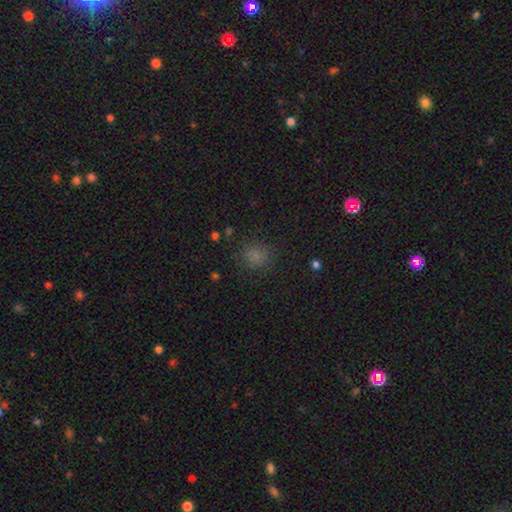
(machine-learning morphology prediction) Smooth or featured? smooth (76%)
How rounded? round (81%)
Merging? none (83%)